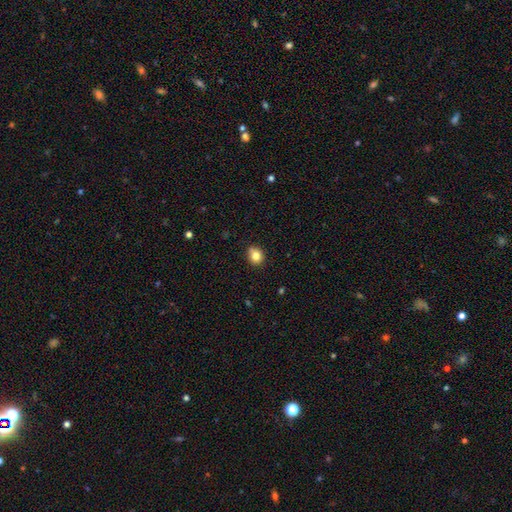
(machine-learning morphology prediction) This is clearly a smooth galaxy (82%). How rounded: likely round (71%). Merging: clearly none (81%).